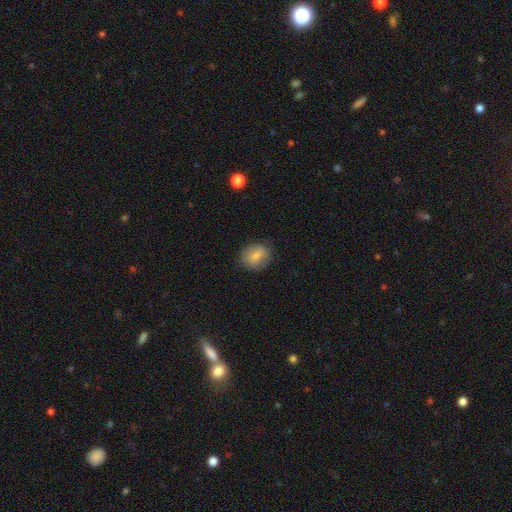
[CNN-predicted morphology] A smooth galaxy with no disk features (79%) that is round (64%). Merging: none (83%).